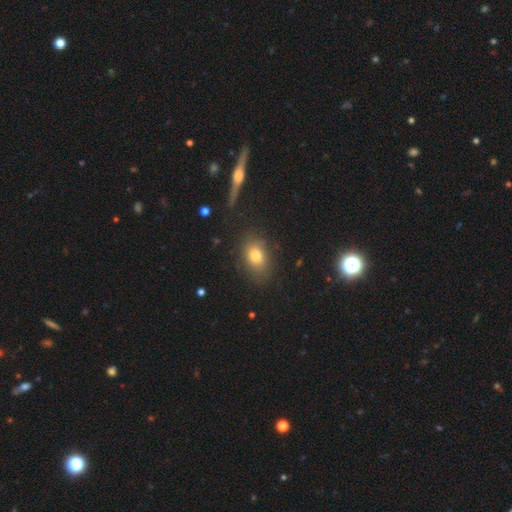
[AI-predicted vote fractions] Smooth or featured? Predicted: smooth (p=0.74). How rounded? Predicted: in between (p=0.73). Merging? Predicted: none (p=0.78).